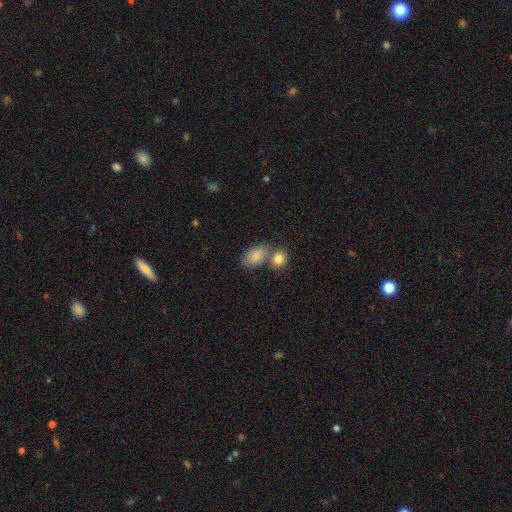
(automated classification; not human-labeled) Smooth or featured? smooth (86%)
How rounded? in between (86%)
Merging? none (47%)